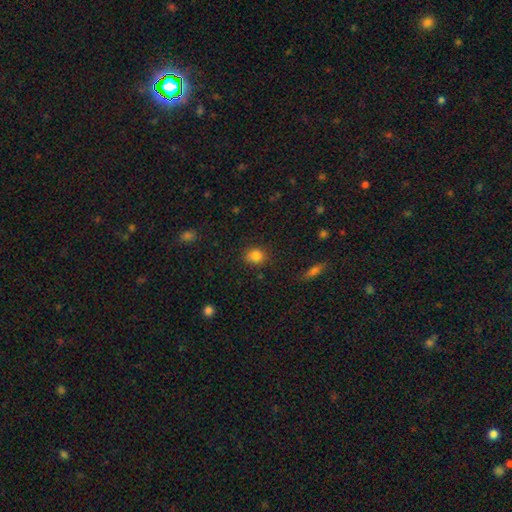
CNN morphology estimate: This appears to be a smooth galaxy with no disk features (83%) that is round (73%). Merging: none (84%).